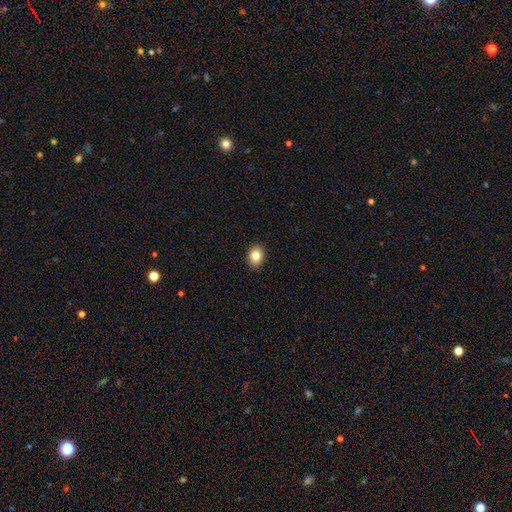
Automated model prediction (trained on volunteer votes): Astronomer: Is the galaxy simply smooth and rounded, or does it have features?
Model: smooth — 82%.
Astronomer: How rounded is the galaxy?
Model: in between — 60% (runner-up: round, 39%).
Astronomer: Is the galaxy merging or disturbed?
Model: none — 90%.